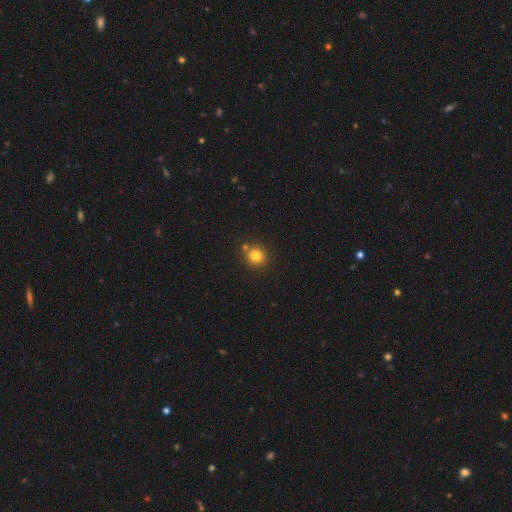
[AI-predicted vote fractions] Smooth or featured? smooth (80%)
How rounded? round (92%)
Merging? none (78%)